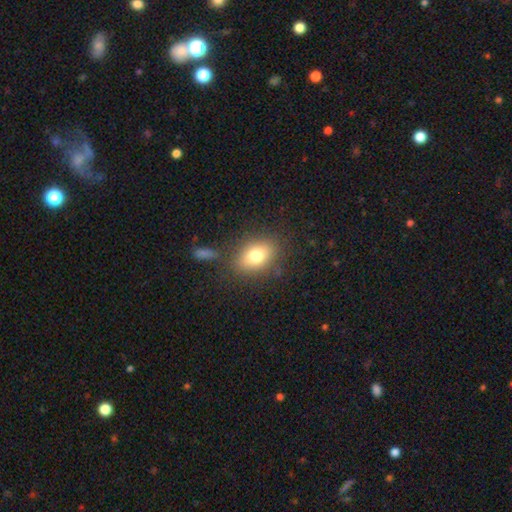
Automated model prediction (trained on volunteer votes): smooth 77%, featured or disk 13%, star or artifact 10%. Down the decision tree: how rounded — in between (73%); merging — none (79%).